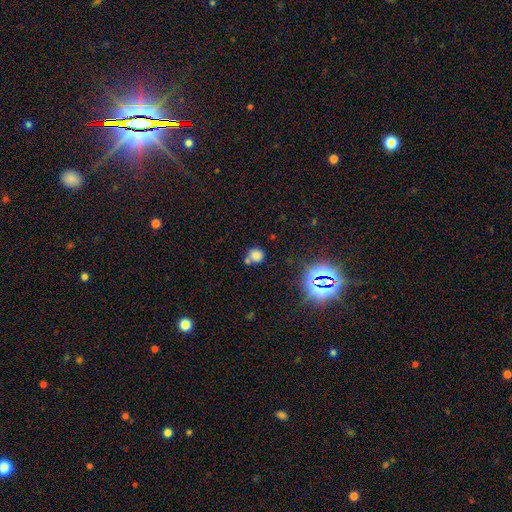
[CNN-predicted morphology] This appears to be a smooth galaxy with no disk features (74%) that is round (85%). Merging: none (53%).